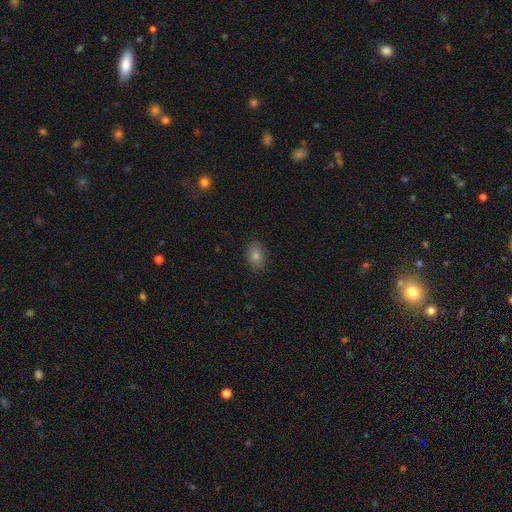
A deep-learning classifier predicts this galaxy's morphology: A smooth galaxy with no disk features (78%) that is in between round and cigar-shaped (75%). Merging: none (88%).